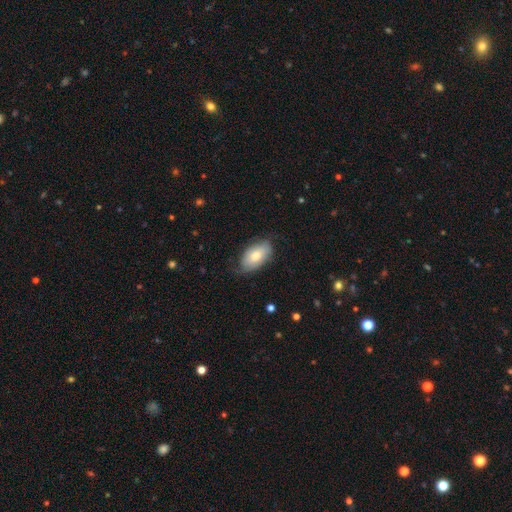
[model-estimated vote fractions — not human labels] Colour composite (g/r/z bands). It shows a smooth galaxy with no disk features (69%) that is in between round and cigar-shaped (93%). Merging: none (68%).